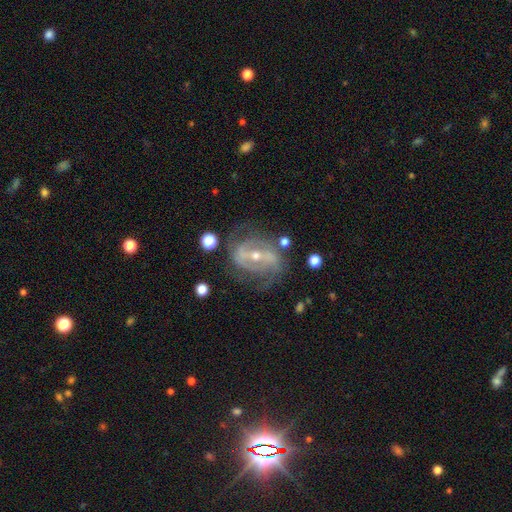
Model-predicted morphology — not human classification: This appears to be a featured or disk galaxy (85%) with a strong bar (59%), 2 (63%) medium (42%) spiral arms (86%) and a small central bulge (52%). Merging: none (63%).